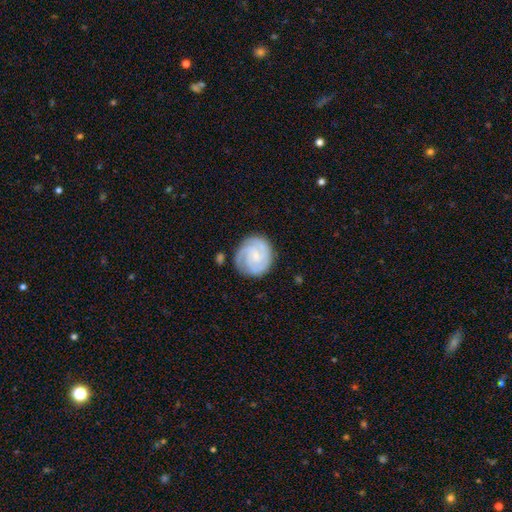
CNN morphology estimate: This appears to be a featured or disk galaxy (82%) with no bar (67%), 3 (51%) tight (68%) spiral arms (98%) and a small central bulge (70%). Merging: none (81%).